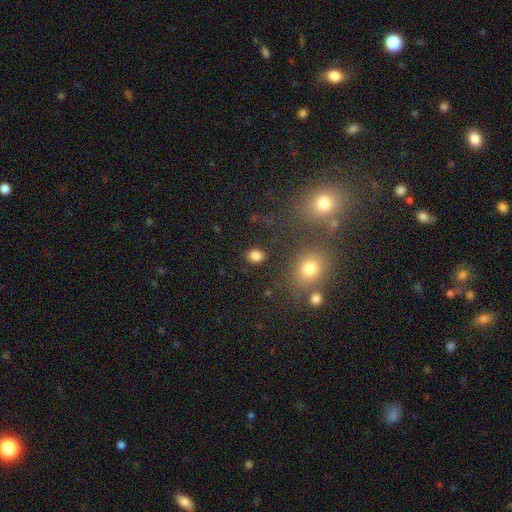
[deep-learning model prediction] smooth 83%, star or artifact 12%, featured or disk 5%. Down the decision tree: how rounded — in between (56%); merging — none (85%).